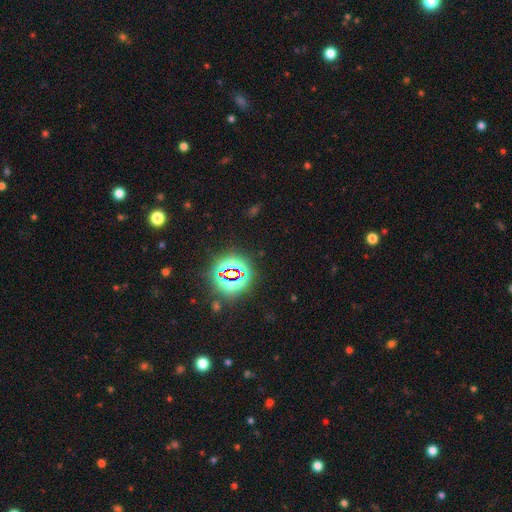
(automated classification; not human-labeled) This is likely a star or artifact rather than a galaxy (80%).